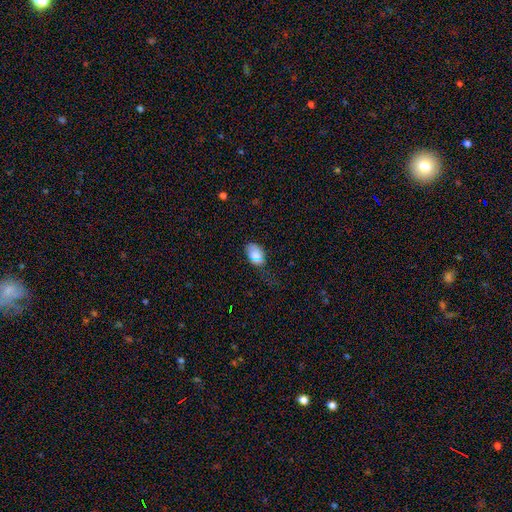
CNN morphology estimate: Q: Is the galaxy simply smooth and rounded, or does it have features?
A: smooth — 81%.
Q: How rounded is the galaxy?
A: in between — 89%.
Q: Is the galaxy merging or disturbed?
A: none — 51%.